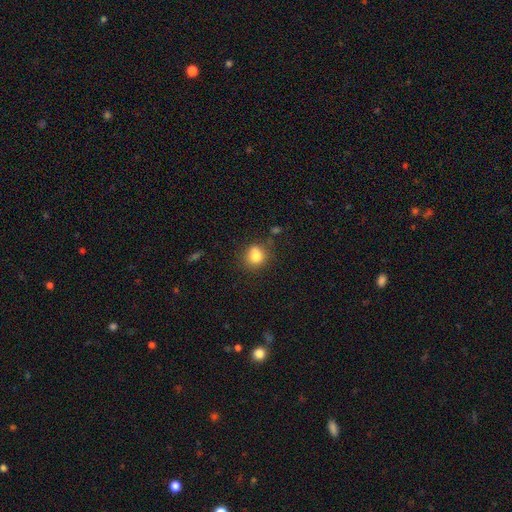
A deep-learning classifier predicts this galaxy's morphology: Smooth or featured? Predicted: smooth (p=0.80). How rounded? Predicted: round (p=0.66). Merging? Predicted: none (p=0.69).